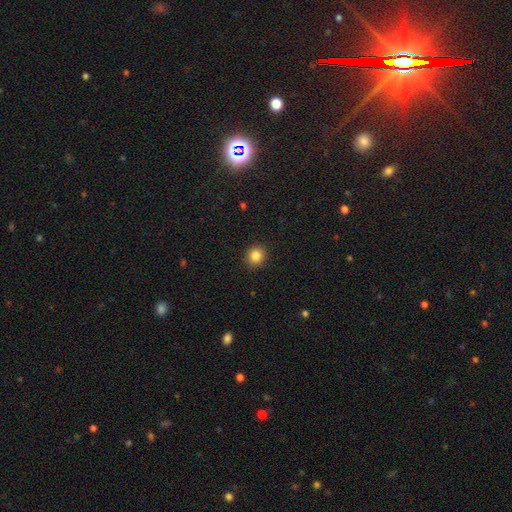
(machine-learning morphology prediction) type=smooth (85%); roundness=round (86%); merging=none (90%).